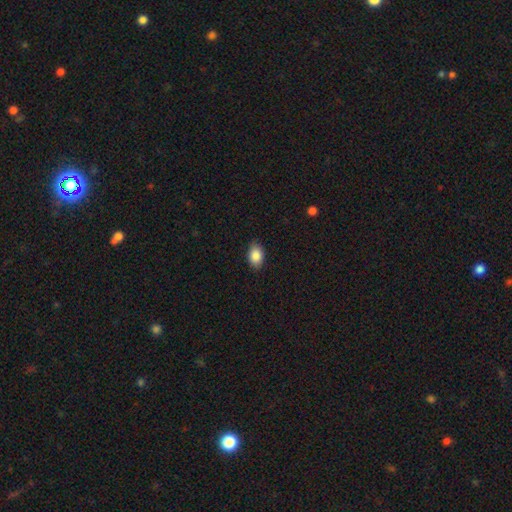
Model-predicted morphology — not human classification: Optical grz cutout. It shows a smooth galaxy with no disk features (87%) that is in between round and cigar-shaped (86%). Merging: none (87%).